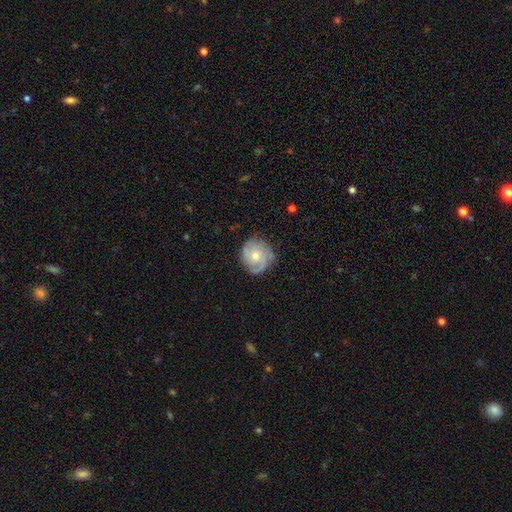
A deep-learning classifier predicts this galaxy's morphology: Smooth or featured?
  - featured or disk: 67% *
  - smooth: 27%
  - star or artifact: 6%
Edge-on disk?
  - no: 98% *
  - yes: 2%
Bar?
  - no: 78% *
  - weak: 19%
  - strong: 3%
Spiral arms?
  - yes: 91% *
  - no: 9%
Spiral winding?
  - tight: 54% *
  - medium: 35%
  - loose: 10%
Spiral arm count?
  - 3: 38% *
  - can't tell: 25%
  - 2: 17%
  - 4: 10%
  - 1: 5%
  - more than 4: 5%
Bulge size?
  - moderate: 56% *
  - small: 39%
  - large: 2%
  - none: 2%
  - dominant: 1%
Merging?
  - none: 78% *
  - minor disturbance: 17%
  - major disturbance: 4%
  - merger: 1%